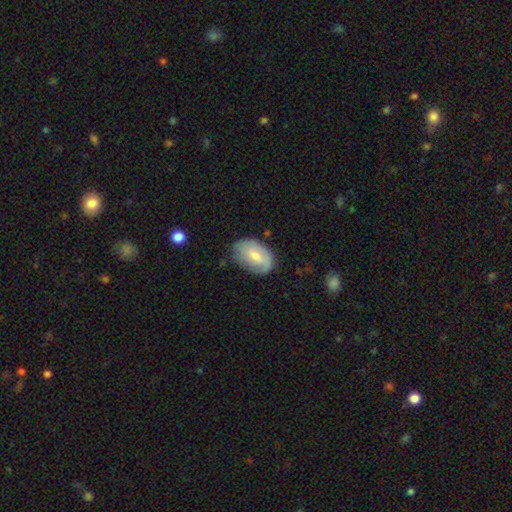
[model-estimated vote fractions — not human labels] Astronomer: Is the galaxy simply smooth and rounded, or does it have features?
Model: smooth — 55% (runner-up: featured or disk, 39%).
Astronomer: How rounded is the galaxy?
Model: in between — 90%.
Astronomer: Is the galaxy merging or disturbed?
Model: none — 66%.